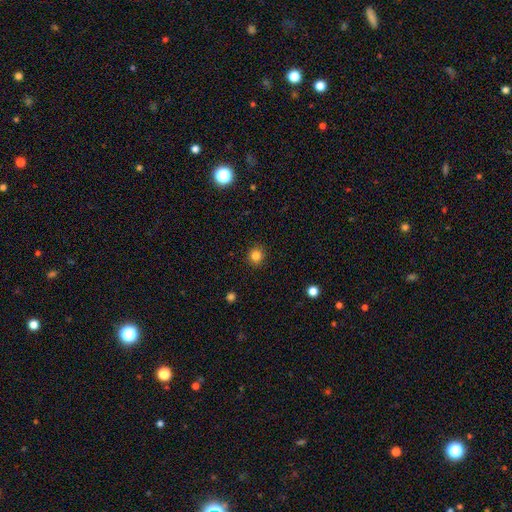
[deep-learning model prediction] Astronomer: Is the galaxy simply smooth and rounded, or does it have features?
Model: smooth — 83%.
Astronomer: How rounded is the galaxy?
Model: round — 91%.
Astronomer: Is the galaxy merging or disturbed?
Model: none — 91%.